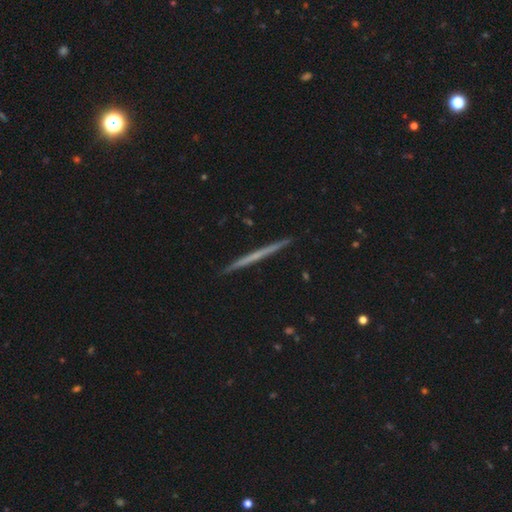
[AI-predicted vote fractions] This is possibly a featured or disk galaxy (60%). It is clearly viewed edge-on (98%). Edge-on bulge: clearly none (88%). Merging: clearly none (93%).